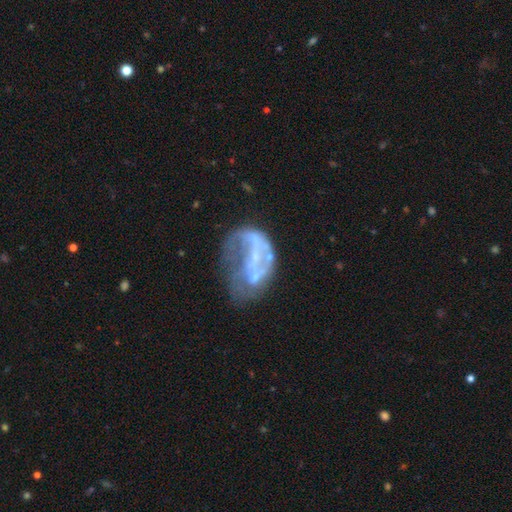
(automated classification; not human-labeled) Overall: featured or disk (71%). Edge-on disk: no (97%). Bar: no (64%; weak 25%). Spiral arms: no (61%; yes 39%). Bulge size: small (47%; none 36%). Merging: major disturbance (38%; none 27%).